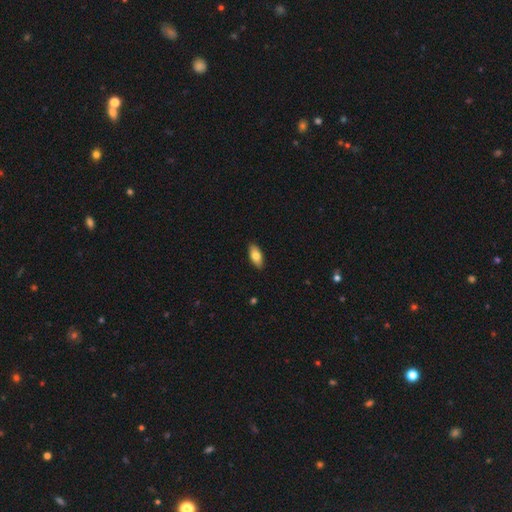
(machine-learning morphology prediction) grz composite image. It shows a smooth galaxy with no disk features (77%) that is in between round and cigar-shaped (87%). Merging: none (88%).